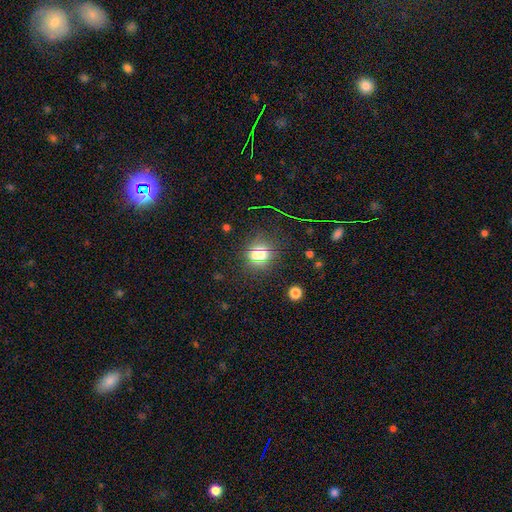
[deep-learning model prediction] Morphology: type=smooth (57%); roundness=round (80%); merging=none (83%).